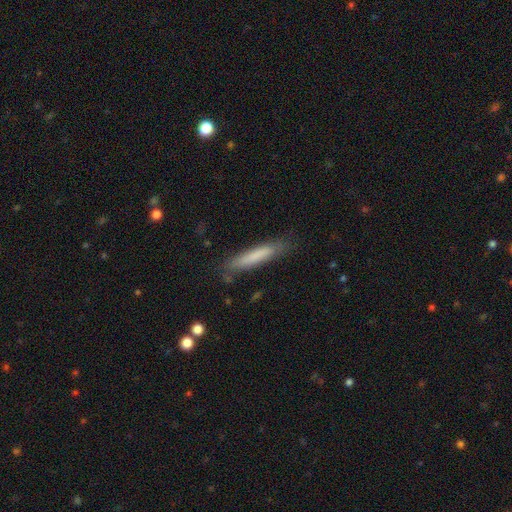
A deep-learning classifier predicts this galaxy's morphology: This appears to be a smooth galaxy with no disk features (76%) that is cigar-shaped (92%). Merging: none (80%).